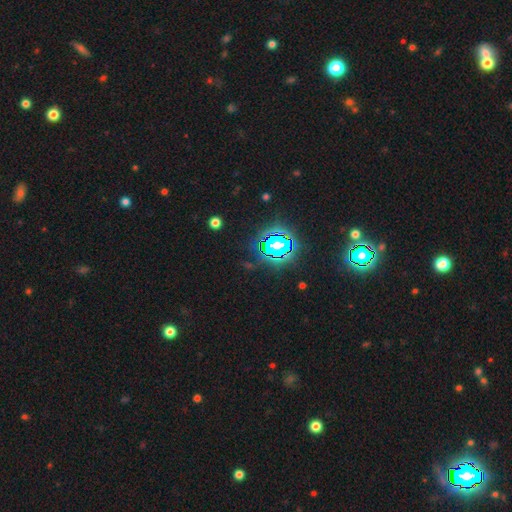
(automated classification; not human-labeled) Smooth or featured?
  - star or artifact: 82% *
  - smooth: 11%
  - featured or disk: 7%